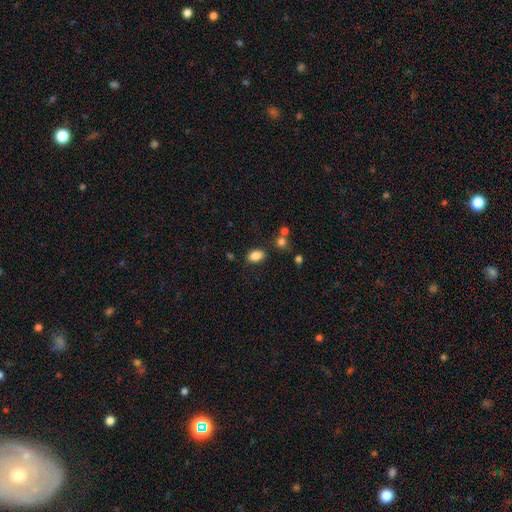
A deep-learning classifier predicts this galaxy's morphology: A smooth galaxy with no disk features (85%) that is in between round and cigar-shaped (86%). Merging: none (78%).